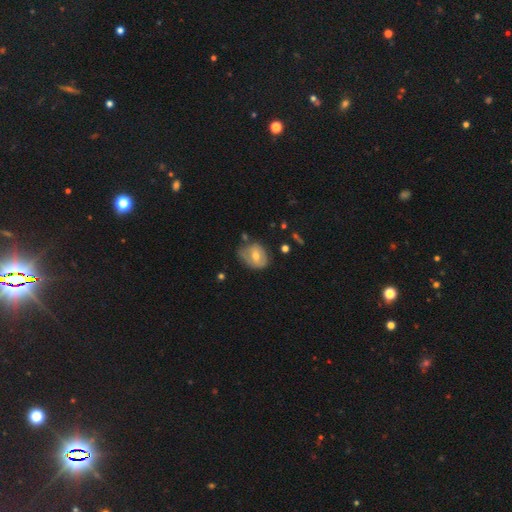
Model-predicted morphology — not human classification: Q: Smooth or featured?
A: smooth (54%); runner-up: featured or disk (39%)
Q: How rounded?
A: in between (60%); runner-up: round (39%)
Q: Merging?
A: none (52%); runner-up: minor disturbance (33%)